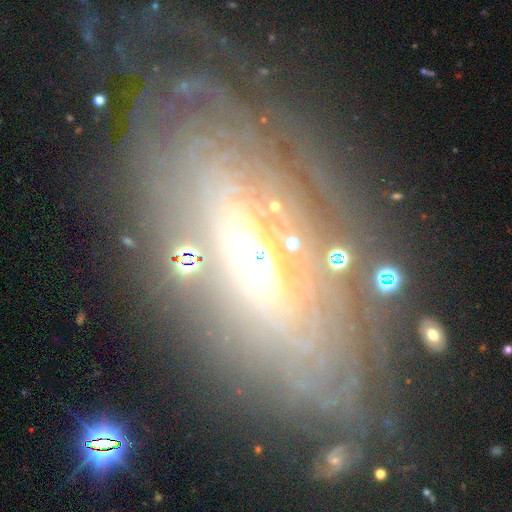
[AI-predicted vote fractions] Smooth or featured? featured or disk (76%)
Edge-on disk? no (77%)
Bar? no (64%)
Spiral arms? yes (68%)
Bulge size? moderate (55%)
Merging? none (70%)